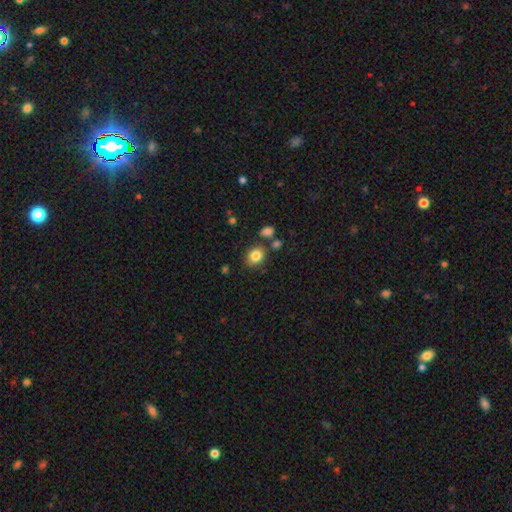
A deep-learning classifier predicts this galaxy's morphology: Smooth or featured? smooth (83%)
How rounded? round (64%)
Merging? none (77%)